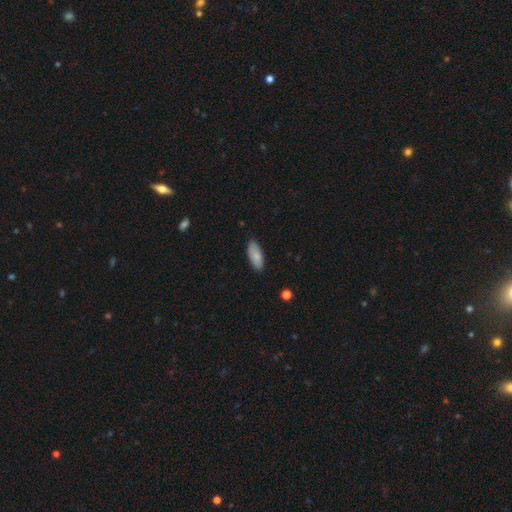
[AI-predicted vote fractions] Q: Smooth or featured?
A: smooth (84%); runner-up: featured or disk (10%)
Q: How rounded?
A: in between (85%); runner-up: cigar-shaped (13%)
Q: Merging?
A: none (85%); runner-up: minor disturbance (12%)